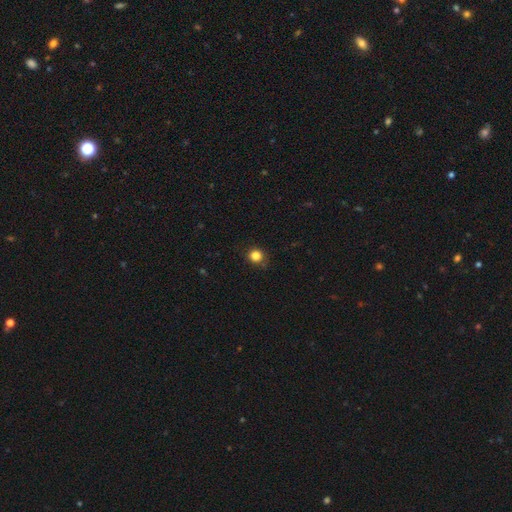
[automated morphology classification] A smooth galaxy with no disk features (83%) that is round (90%). Merging: none (85%).